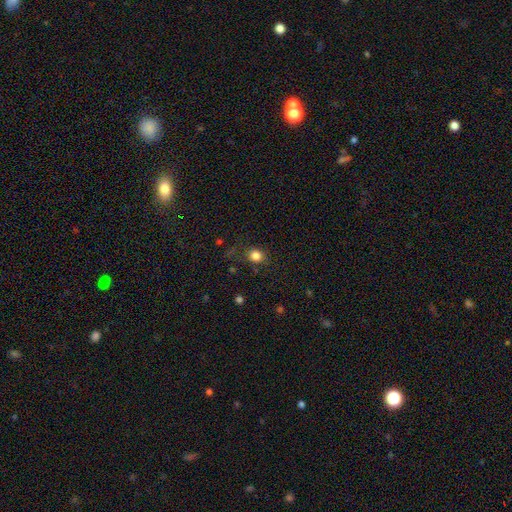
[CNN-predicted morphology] Overall: smooth (83%). How rounded: round (79%). Merging: none (82%).